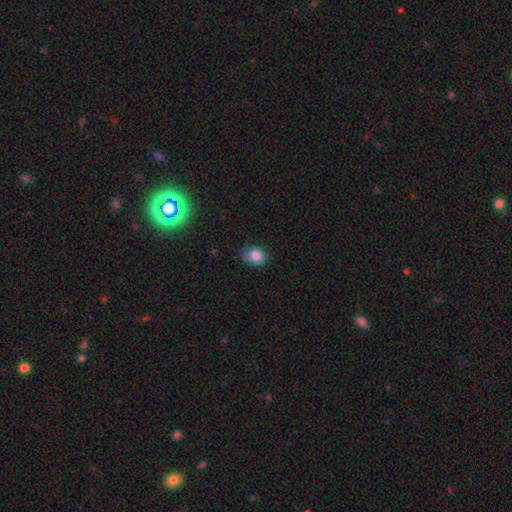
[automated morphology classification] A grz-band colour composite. It shows a smooth galaxy with no disk features (83%) that is round (51%). Merging: none (66%).